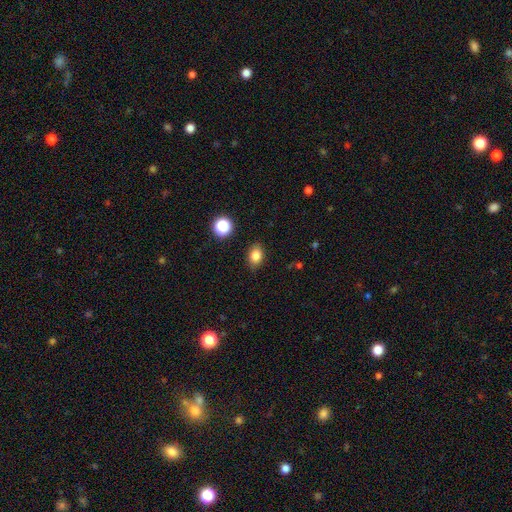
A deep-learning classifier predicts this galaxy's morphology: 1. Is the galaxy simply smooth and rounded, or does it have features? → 82% smooth, 11% star or artifact, 7% featured or disk.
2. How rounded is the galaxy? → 74% in between, 24% round, 1% cigar-shaped.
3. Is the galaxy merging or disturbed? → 86% none, 10% minor disturbance, 3% major disturbance, 2% merger.